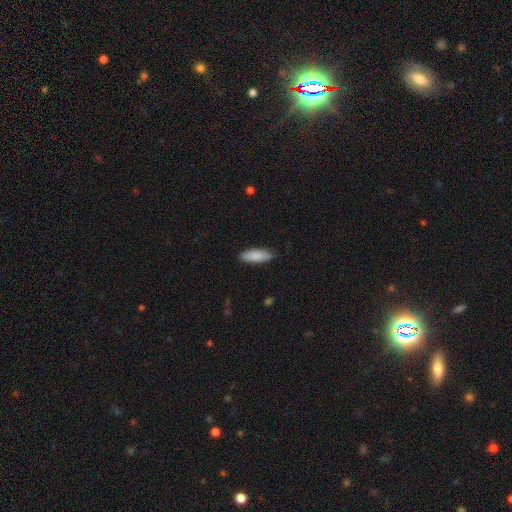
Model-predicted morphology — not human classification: Overall: smooth (88%). How rounded: in between (62%; cigar-shaped 36%). Merging: none (89%).